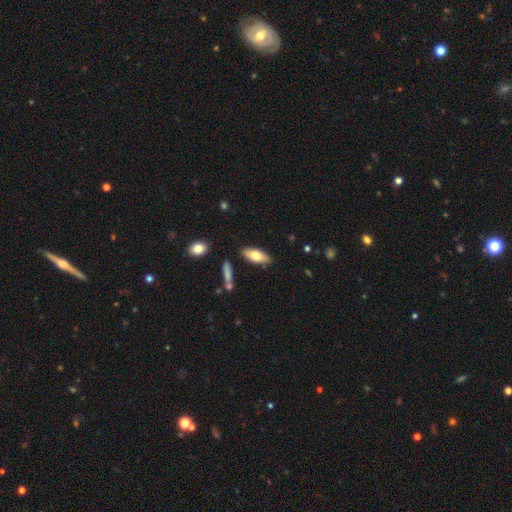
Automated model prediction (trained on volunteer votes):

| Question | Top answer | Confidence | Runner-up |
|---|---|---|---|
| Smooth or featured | smooth | 72% | featured or disk (22%) |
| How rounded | in between | 77% | cigar-shaped (21%) |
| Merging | none | 83% | minor disturbance (12%) |